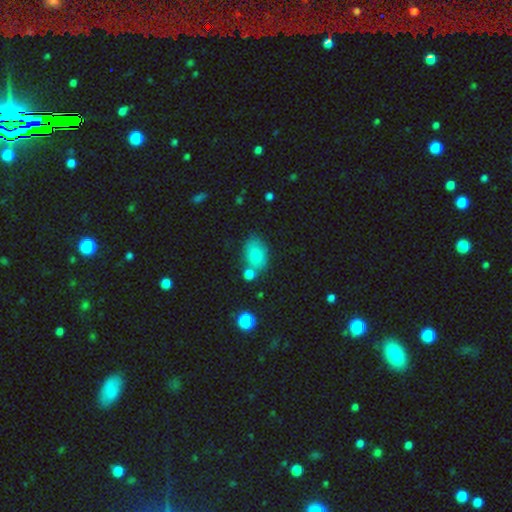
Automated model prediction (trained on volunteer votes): A smooth galaxy with no disk features (82%) that is in between round and cigar-shaped (83%). Merging: none (59%).